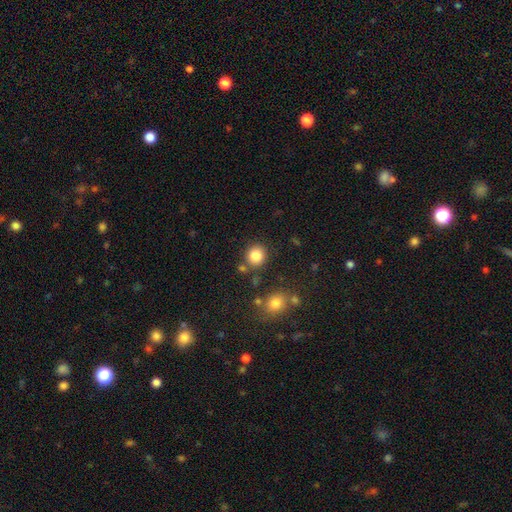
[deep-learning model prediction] A smooth galaxy with no disk features (84%) that is round (87%). Merging: none (81%).